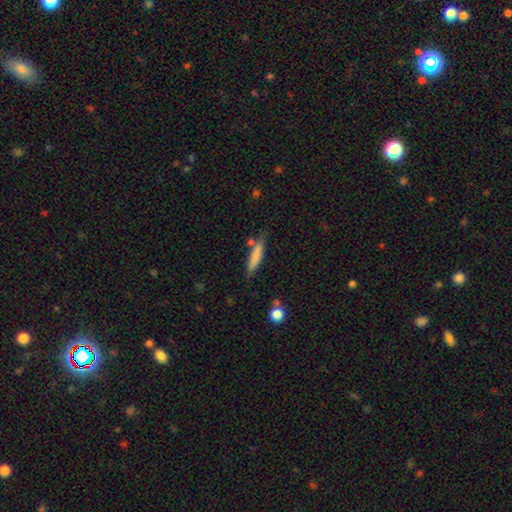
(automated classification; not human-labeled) The model was most divided on "merging": none: 73%, minor disturbance: 16%, merger: 7%, major disturbance: 4%. More confident: how rounded — cigar-shaped (85%); smooth or featured — smooth (77%).